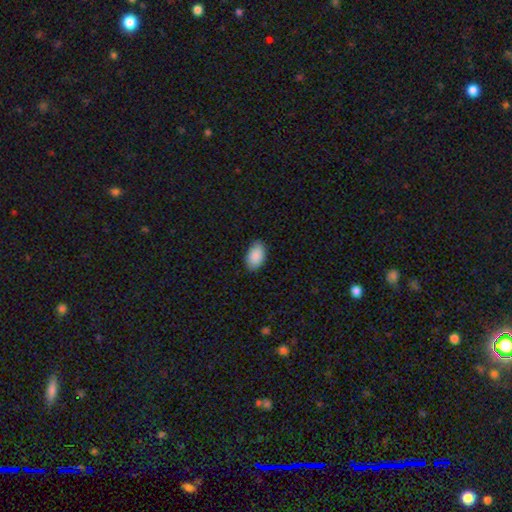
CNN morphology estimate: smooth-or-featured: smooth: 89% | star or artifact: 6% | featured or disk: 4%
  how-rounded: in between: 94% | round: 4% | cigar-shaped: 1%
  merging: none: 83% | minor disturbance: 14% | major disturbance: 2% | merger: 1%